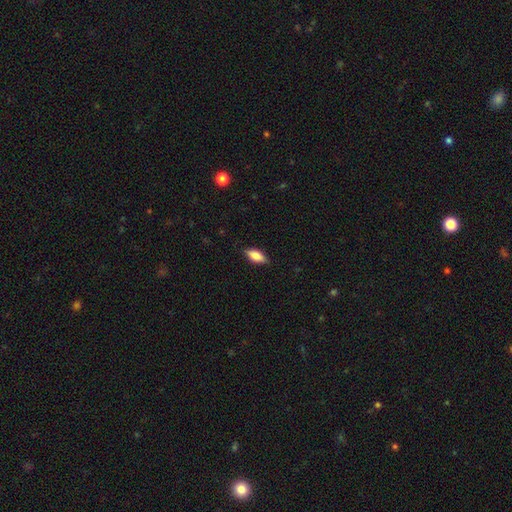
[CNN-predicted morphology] This is likely a smooth galaxy (77%). How rounded: clearly in between (81%). Merging: clearly none (86%).